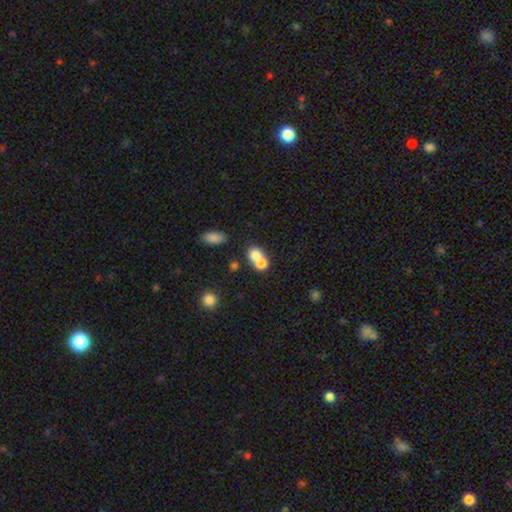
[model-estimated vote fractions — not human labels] A smooth galaxy with no disk features (74%) that is round (67%).

Vote fractions:
- Smooth or featured? smooth: 74% / featured or disk: 16% / star or artifact: 10%
- How rounded? round: 67% / in between: 32% / cigar-shaped: 1%
- Merging? merger: 63% / none: 29% / minor disturbance: 6% / major disturbance: 3%